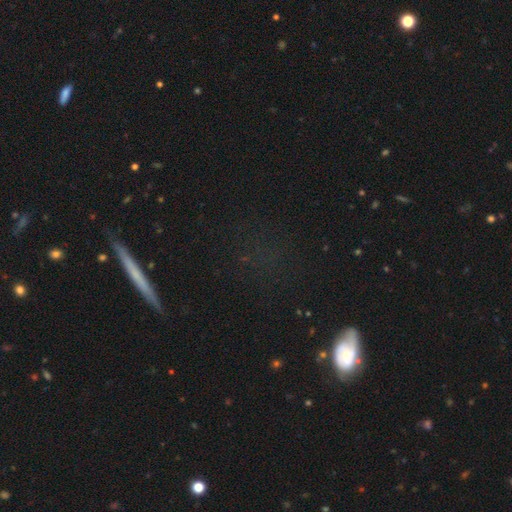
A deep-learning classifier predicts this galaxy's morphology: Smooth or featured? Predicted: star or artifact (p=0.44).